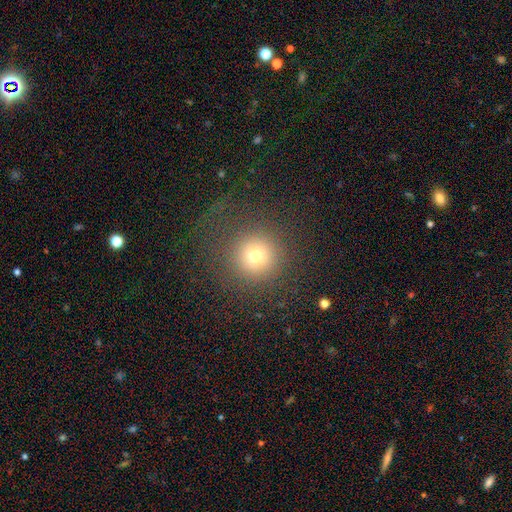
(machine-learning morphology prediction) A smooth galaxy with no disk features (72%) that is round (95%). Merging: none (80%).